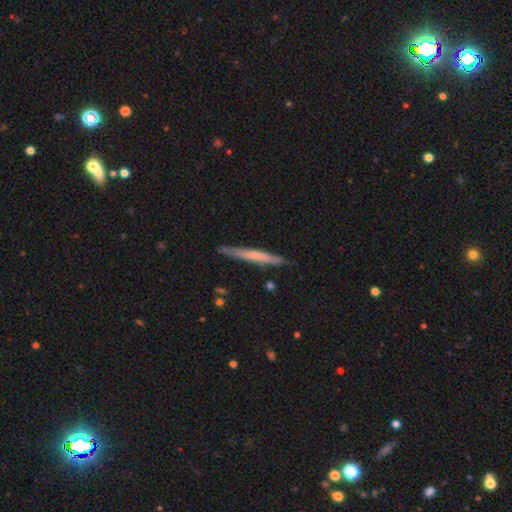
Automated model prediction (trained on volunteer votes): A smooth galaxy with no disk features (52%) that is cigar-shaped (96%). Merging: none (86%).